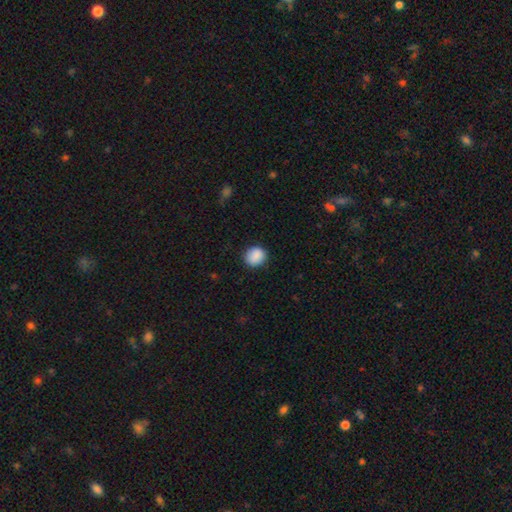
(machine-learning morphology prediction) A smooth galaxy with no disk features (89%) that is round (77%). Merging: none (86%).